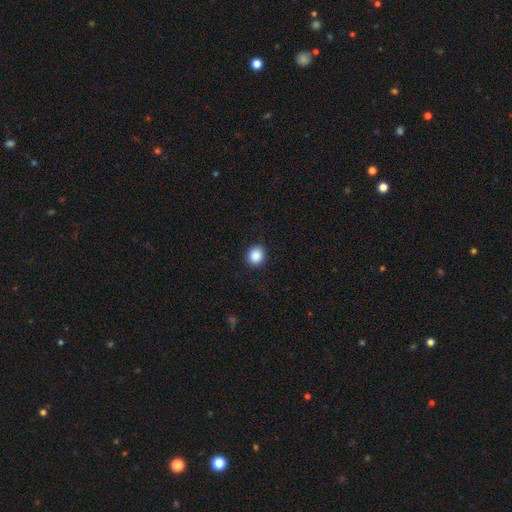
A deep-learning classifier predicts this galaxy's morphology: A smooth galaxy with no disk features (89%) that is round (83%). Merging: none (92%).